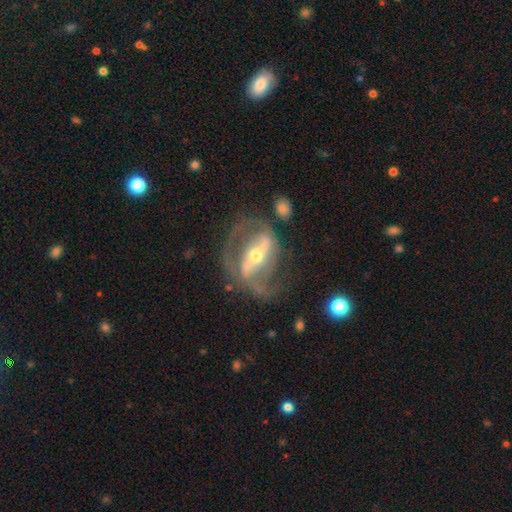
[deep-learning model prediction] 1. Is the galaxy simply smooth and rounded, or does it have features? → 87% featured or disk, 8% smooth, 5% star or artifact.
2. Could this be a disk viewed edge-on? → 92% no, 8% yes.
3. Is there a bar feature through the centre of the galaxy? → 73% strong, 17% weak, 10% no.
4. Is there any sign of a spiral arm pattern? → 80% yes, 20% no.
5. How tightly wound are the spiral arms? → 48% medium, 30% loose, 22% tight.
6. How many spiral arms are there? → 84% 2, 8% can't tell, 4% 1, 2% 3, 1% 4, 1% more than 4.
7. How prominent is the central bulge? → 52% moderate, 42% small, 4% large, 1% dominant, 1% none.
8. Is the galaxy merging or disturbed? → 62% none, 19% major disturbance, 16% minor disturbance, 4% merger.